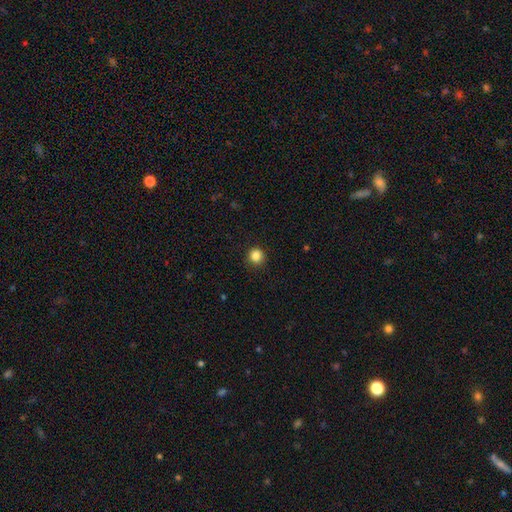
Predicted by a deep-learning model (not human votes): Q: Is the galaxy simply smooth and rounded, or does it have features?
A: smooth — 86%.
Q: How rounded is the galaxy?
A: round — 92%.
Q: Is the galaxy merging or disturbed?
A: none — 90%.